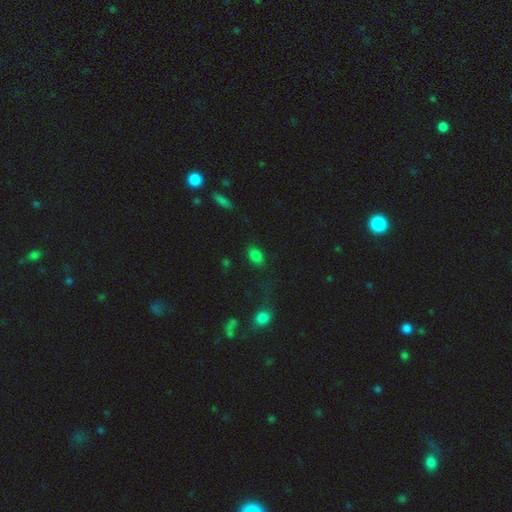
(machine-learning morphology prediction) Q: Smooth or featured?
A: smooth (83%); runner-up: star or artifact (12%)
Q: How rounded?
A: in between (83%); runner-up: round (15%)
Q: Merging?
A: none (79%); runner-up: minor disturbance (13%)